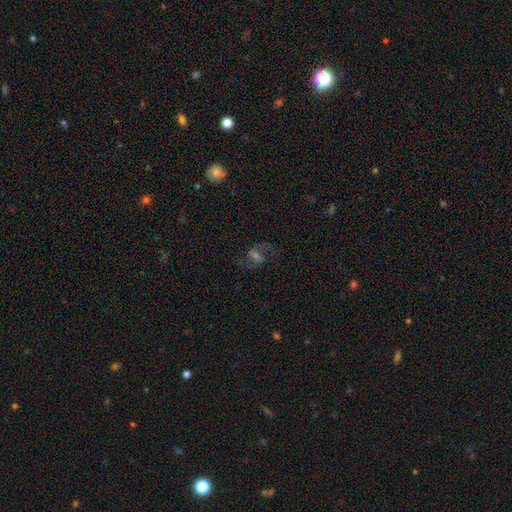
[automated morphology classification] smooth_or_featured: featured or disk (p=0.69) [alt: smooth p=0.15]
disk_edge_on: no (p=0.96) [alt: yes p=0.04]
bar: weak (p=0.50) [alt: strong p=0.32]
has_spiral_arms: yes (p=0.89) [alt: no p=0.11]
spiral_winding: medium (p=0.46) [alt: loose p=0.44]
spiral_arm_count: 2 (p=0.90) [alt: can't tell p=0.05]
bulge_size: moderate (p=0.37) [alt: small p=0.36]
merging: none (p=0.74) [alt: minor disturbance p=0.13]